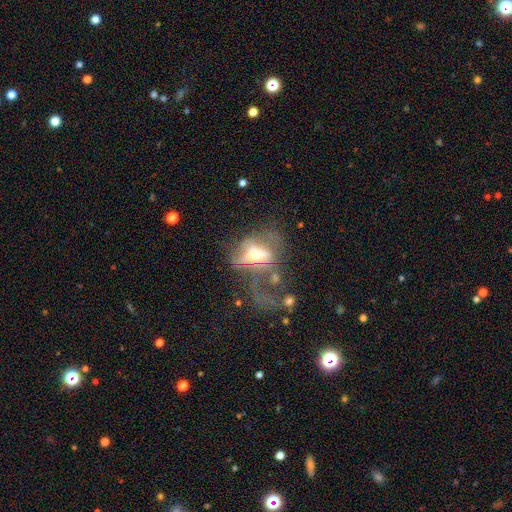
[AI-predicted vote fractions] featured or disk 55%, smooth 32%, star or artifact 12%. Down the decision tree: edge-on disk — no (94%); bar — no (66%); spiral arms — no (68%); bulge size — moderate (59%); merging — major disturbance (53%).